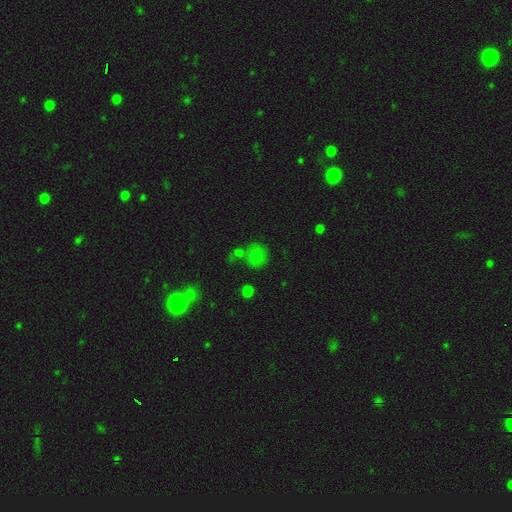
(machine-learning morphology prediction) The model was most divided on "merging": none: 47%, merger: 27%, minor disturbance: 16%, major disturbance: 10%. More confident: how rounded — round (74%); smooth or featured — smooth (67%).